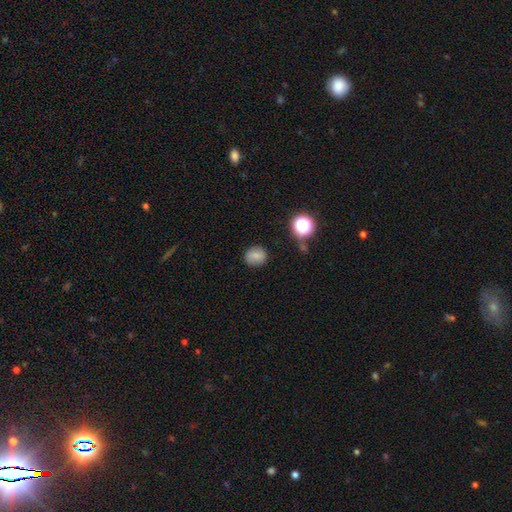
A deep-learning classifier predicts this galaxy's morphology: The model was most divided on "how rounded": round: 74%, in between: 25%, cigar-shaped: 1%. More confident: merging — none (83%); smooth or featured — smooth (79%).